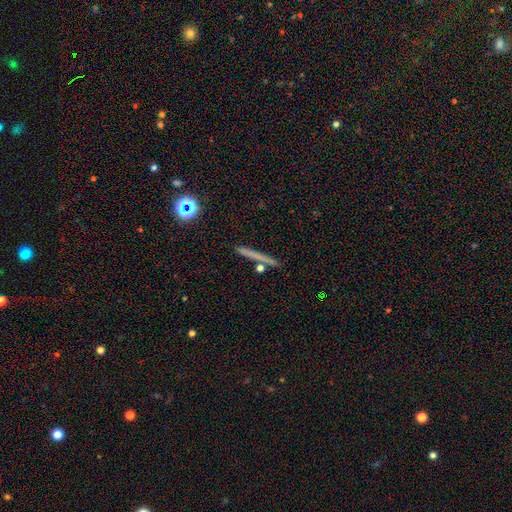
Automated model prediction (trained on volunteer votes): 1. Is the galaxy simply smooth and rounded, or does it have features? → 47% smooth, 39% featured or disk, 14% star or artifact.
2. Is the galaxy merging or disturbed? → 88% none, 7% minor disturbance, 3% merger, 2% major disturbance.